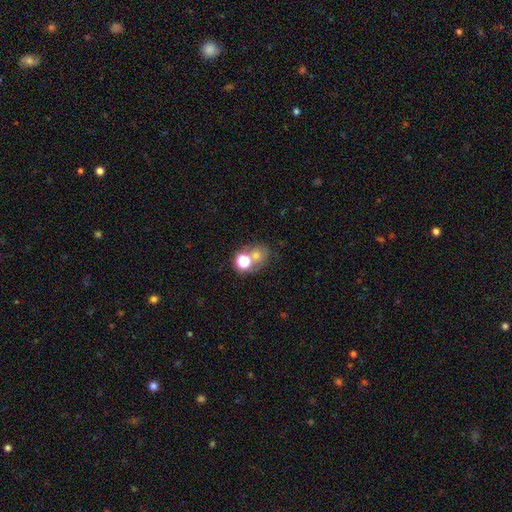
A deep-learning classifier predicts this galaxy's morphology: Smooth or featured? smooth (65%)
How rounded? round (73%)
Merging? merger (43%)